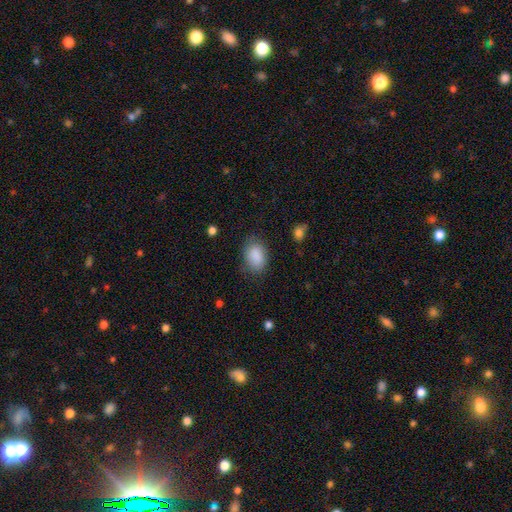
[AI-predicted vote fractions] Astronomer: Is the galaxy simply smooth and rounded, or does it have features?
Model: smooth — 88%.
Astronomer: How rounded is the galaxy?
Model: in between — 85%.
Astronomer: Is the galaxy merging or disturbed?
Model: none — 76%.